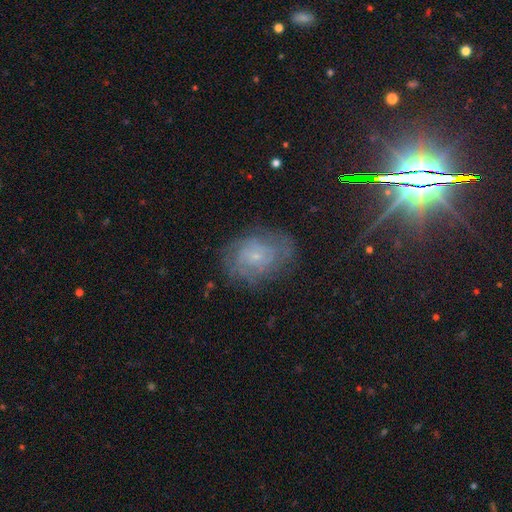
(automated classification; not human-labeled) Smooth or featured: featured or disk — 63% (smooth — 23%)
Edge-on disk: no — 97% (yes — 3%)
Bar: no — 72% (weak — 24%)
Spiral arms: yes — 83% (no — 17%)
Spiral winding: tight — 59% (medium — 31%)
Spiral arm count: can't tell — 55% (2 — 19%)
Bulge size: small — 76% (moderate — 13%)
Merging: none — 69% (minor disturbance — 19%)